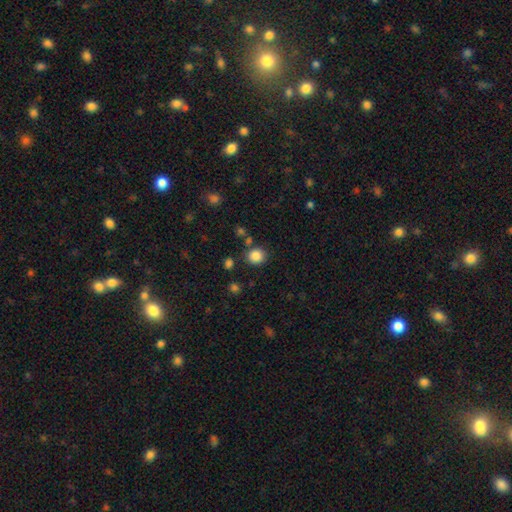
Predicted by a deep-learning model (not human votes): This is clearly a smooth galaxy (85%). How rounded: clearly round (84%). Merging: clearly none (82%).